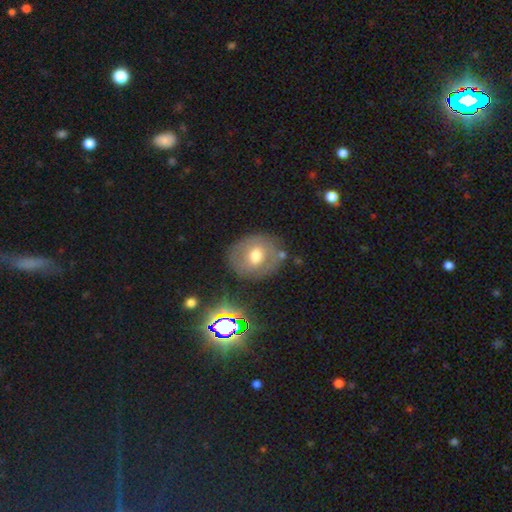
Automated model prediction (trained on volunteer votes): A smooth galaxy with no disk features (53%) that is round (68%).

Vote fractions:
- Smooth or featured? smooth: 53% / featured or disk: 35% / star or artifact: 12%
- How rounded? round: 68% / in between: 31% / cigar-shaped: 1%
- Merging? none: 76% / minor disturbance: 14% / major disturbance: 6% / merger: 4%